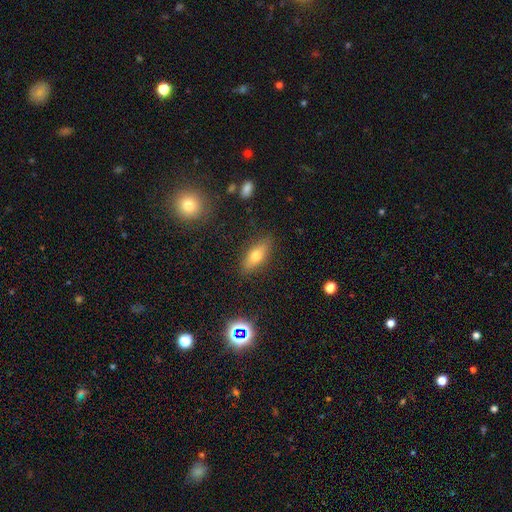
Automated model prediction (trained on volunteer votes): smooth-or-featured: smooth: 66% | featured or disk: 24% | star or artifact: 10%
  how-rounded: in between: 68% | cigar-shaped: 27% | round: 5%
  merging: none: 85% | minor disturbance: 10% | major disturbance: 3% | merger: 2%